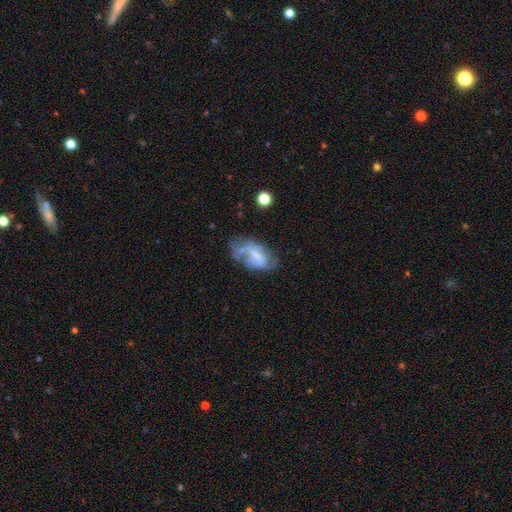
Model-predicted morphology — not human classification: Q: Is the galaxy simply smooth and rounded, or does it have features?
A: featured or disk — 51%.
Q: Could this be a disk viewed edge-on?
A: no — 93%.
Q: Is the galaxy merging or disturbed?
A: none — 36%.